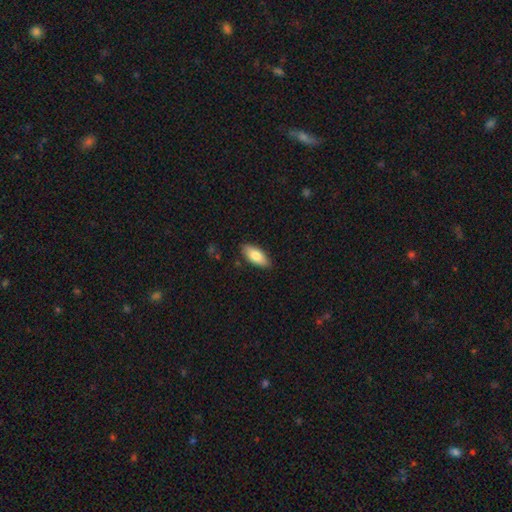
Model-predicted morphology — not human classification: This appears to be a smooth galaxy with no disk features (81%) that is in between round and cigar-shaped (85%). Merging: none (85%).